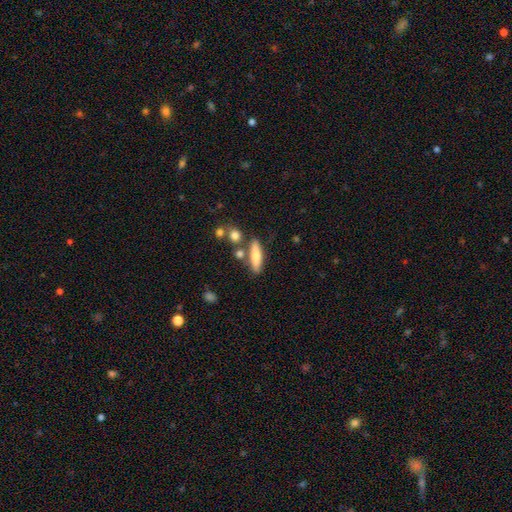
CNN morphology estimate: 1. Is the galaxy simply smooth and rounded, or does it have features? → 71% smooth, 23% featured or disk, 7% star or artifact.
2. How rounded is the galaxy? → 66% cigar-shaped, 31% in between, 3% round.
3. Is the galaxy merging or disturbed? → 74% none, 12% minor disturbance, 10% merger, 4% major disturbance.